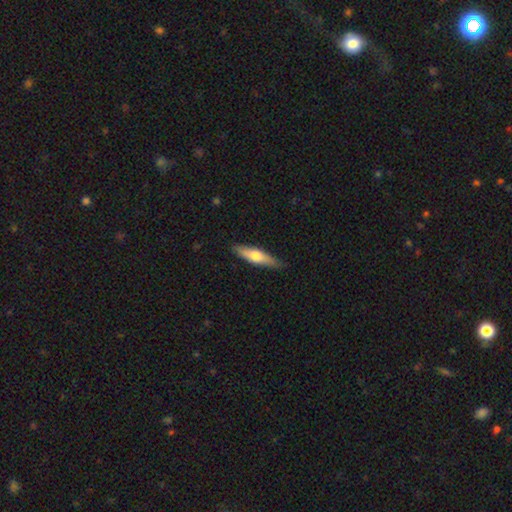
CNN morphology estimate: Q: Smooth or featured?
A: smooth (54%); runner-up: featured or disk (41%)
Q: How rounded?
A: cigar-shaped (71%); runner-up: in between (27%)
Q: Merging?
A: none (86%); runner-up: minor disturbance (11%)